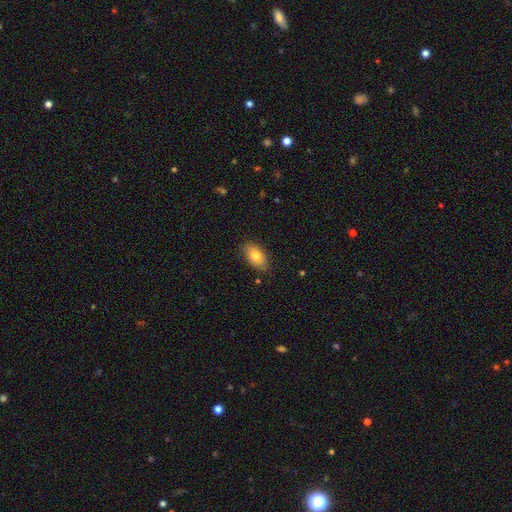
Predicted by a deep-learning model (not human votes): smooth 79%, featured or disk 14%, star or artifact 7%. Down the decision tree: how rounded — in between (91%); merging — none (84%).